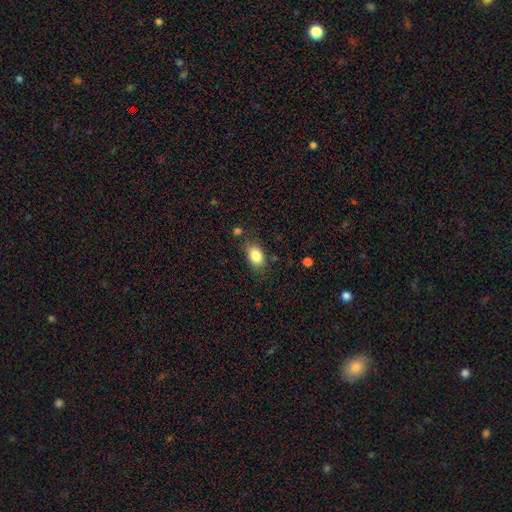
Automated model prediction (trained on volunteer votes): The model was most divided on "merging": none: 78%, minor disturbance: 15%, major disturbance: 4%, merger: 3%. More confident: smooth or featured — smooth (84%); how rounded — in between (84%).